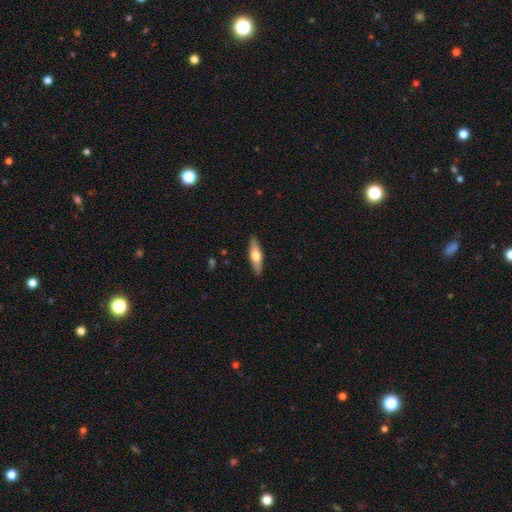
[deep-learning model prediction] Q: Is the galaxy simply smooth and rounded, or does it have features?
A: smooth — 56%.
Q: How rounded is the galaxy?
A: cigar-shaped — 59%.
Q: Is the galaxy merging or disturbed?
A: none — 89%.